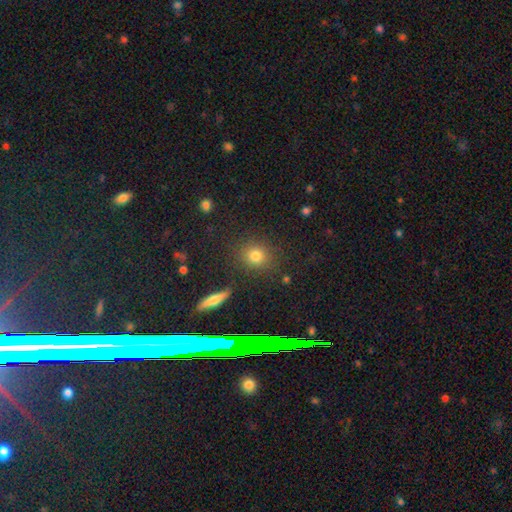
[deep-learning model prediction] A smooth galaxy with no disk features (76%) that is round (77%). Merging: none (84%).